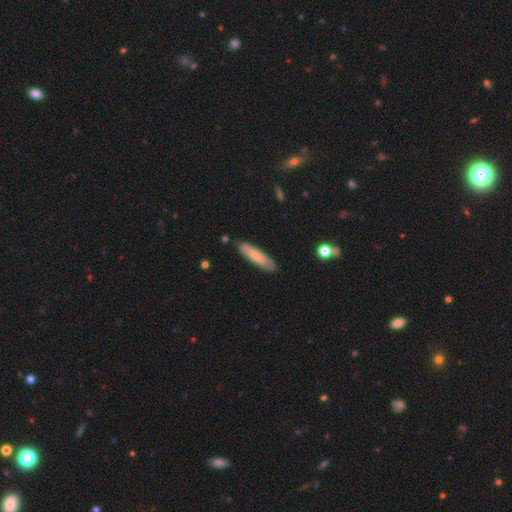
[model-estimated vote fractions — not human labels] This is likely a smooth galaxy (69%). How rounded: likely cigar-shaped (72%). Merging: clearly none (82%).